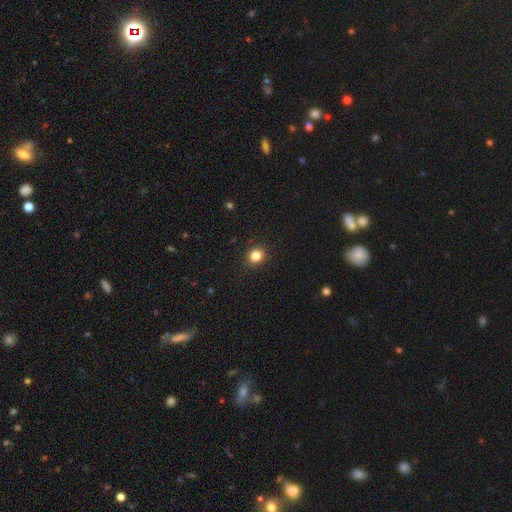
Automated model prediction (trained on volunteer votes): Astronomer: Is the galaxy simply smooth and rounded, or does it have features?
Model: smooth — 83%.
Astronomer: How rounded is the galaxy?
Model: round — 82%.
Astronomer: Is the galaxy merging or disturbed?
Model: none — 91%.